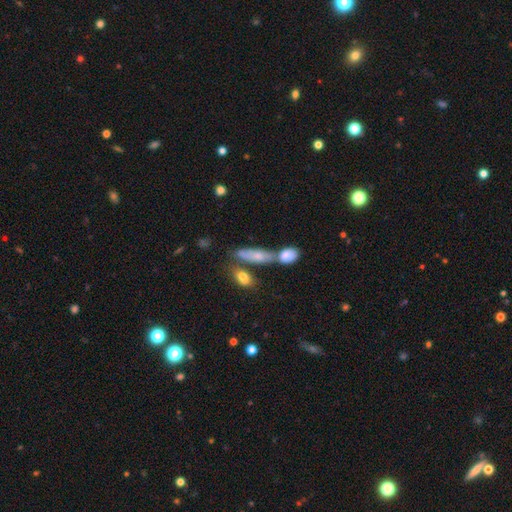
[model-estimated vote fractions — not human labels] Morphology: type=smooth (67%); roundness=in between (48%); merging=none (40%).